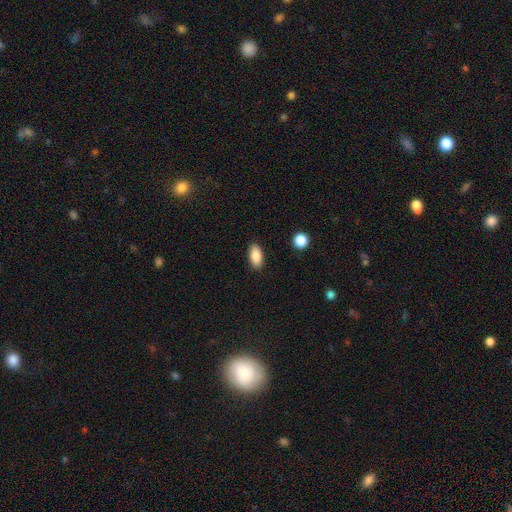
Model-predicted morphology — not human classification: smooth 87%, star or artifact 7%, featured or disk 6%. Down the decision tree: how rounded — in between (91%); merging — none (88%).